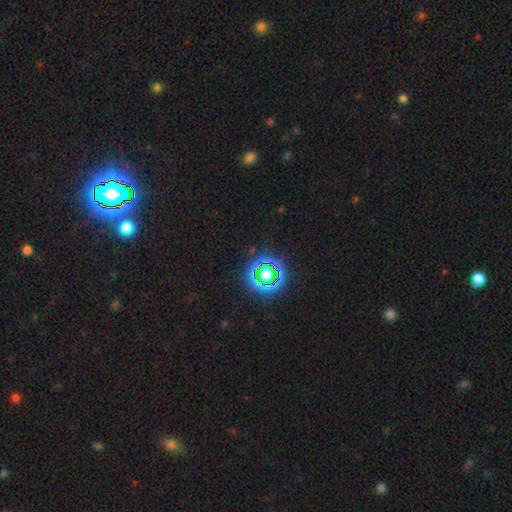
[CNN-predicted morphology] The model was most divided on "smooth or featured": star or artifact: 76%, smooth: 18%, featured or disk: 6%.